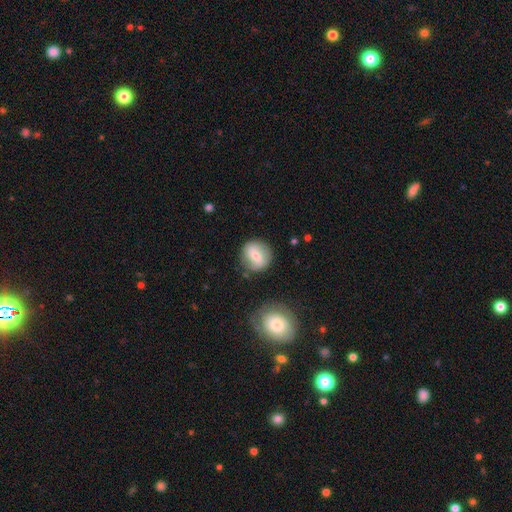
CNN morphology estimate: Smooth or featured: smooth — 55% (featured or disk — 37%)
How rounded: round — 87% (in between — 12%)
Merging: none — 81% (minor disturbance — 12%)